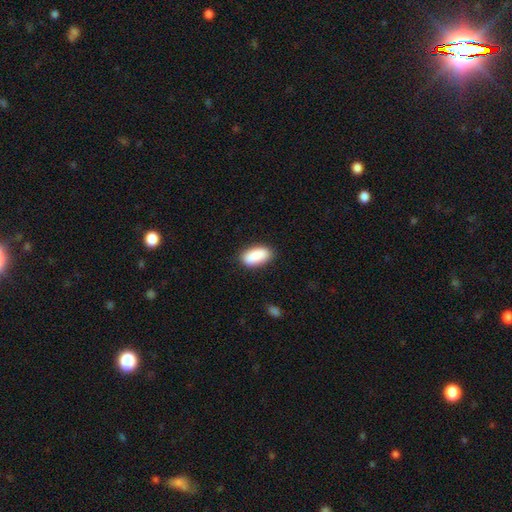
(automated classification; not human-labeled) A smooth galaxy with no disk features (90%) that is in between round and cigar-shaped (93%). Merging: none (86%).